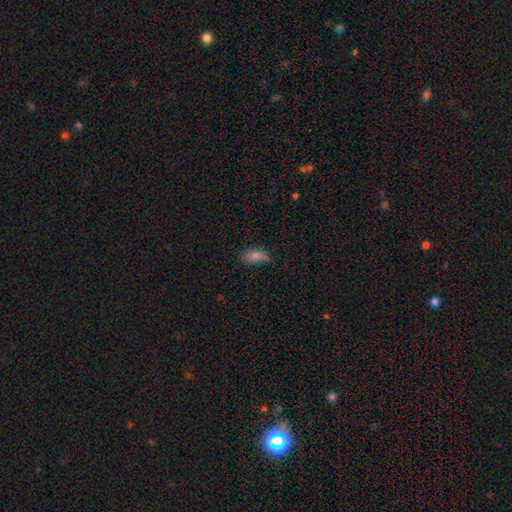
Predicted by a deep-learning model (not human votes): The model was most divided on "merging": none: 63%, minor disturbance: 29%, major disturbance: 7%, merger: 2%. More confident: how rounded — in between (87%); smooth or featured — smooth (78%).